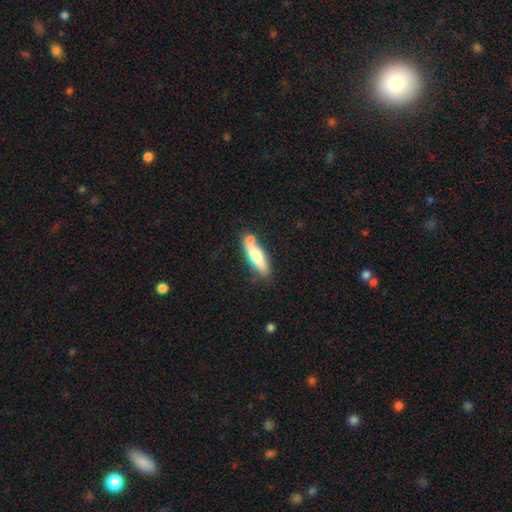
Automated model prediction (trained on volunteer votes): smooth-or-featured: smooth: 57% | featured or disk: 37% | star or artifact: 6%
  how-rounded: cigar-shaped: 66% | in between: 32% | round: 2%
  merging: none: 66% | minor disturbance: 16% | merger: 15% | major disturbance: 4%